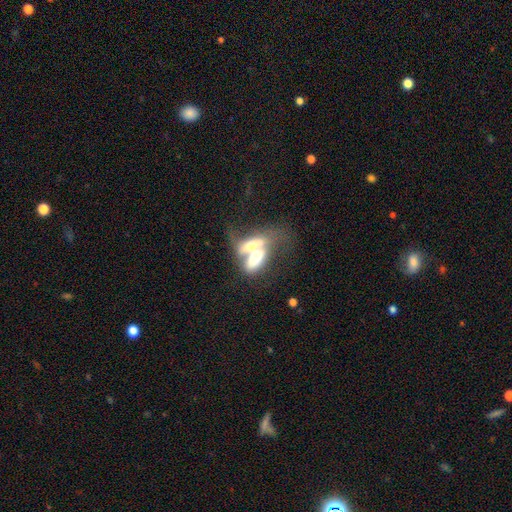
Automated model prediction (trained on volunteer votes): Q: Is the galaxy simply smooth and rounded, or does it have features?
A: smooth — 50%.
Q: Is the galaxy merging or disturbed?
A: merger — 76%.